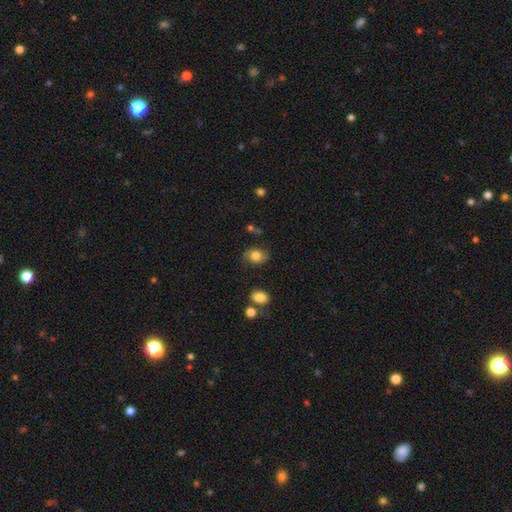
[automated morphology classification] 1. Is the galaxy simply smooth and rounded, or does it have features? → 64% smooth, 26% featured or disk, 10% star or artifact.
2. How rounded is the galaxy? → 60% in between, 39% round, 1% cigar-shaped.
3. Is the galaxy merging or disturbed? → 74% none, 18% minor disturbance, 6% major disturbance, 2% merger.